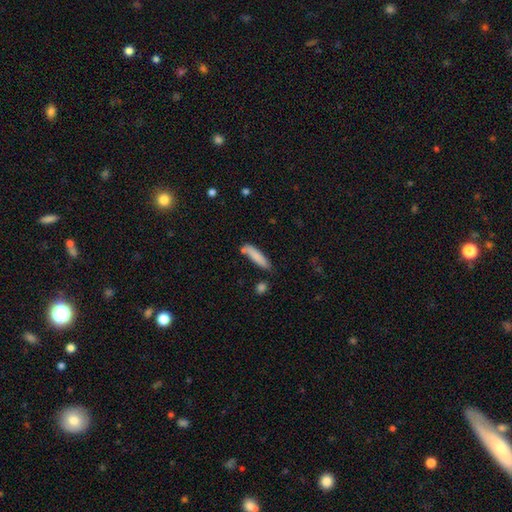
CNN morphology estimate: Smooth or featured: smooth — 82% (featured or disk — 11%)
How rounded: cigar-shaped — 77% (in between — 22%)
Merging: none — 67% (minor disturbance — 20%)